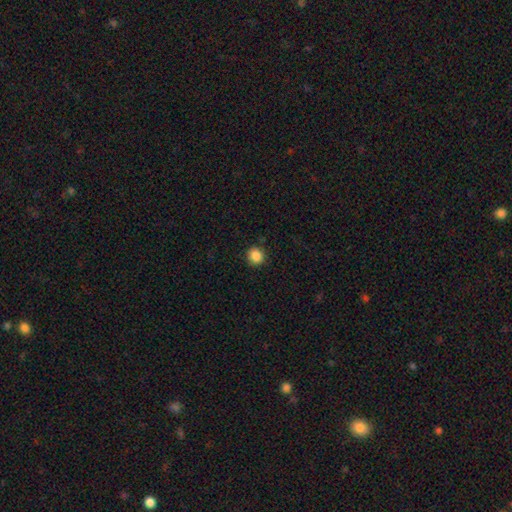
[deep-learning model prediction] smooth_or_featured: smooth (p=0.87) [alt: star or artifact p=0.10]
how_rounded: round (p=0.88) [alt: in between p=0.11]
merging: none (p=0.90) [alt: minor disturbance p=0.07]